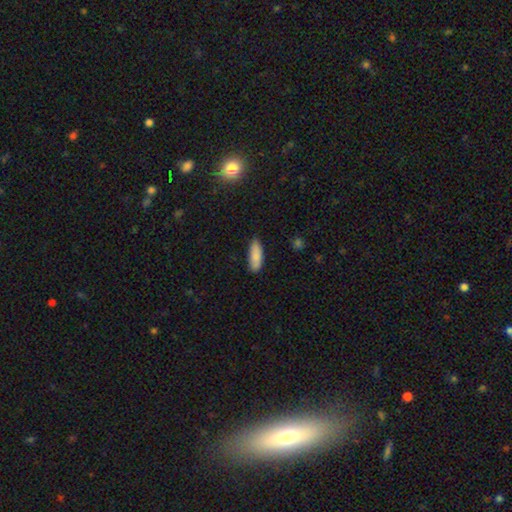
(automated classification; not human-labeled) A smooth galaxy with no disk features (87%) that is in between round and cigar-shaped (64%).

Vote fractions:
- Smooth or featured? smooth: 87% / featured or disk: 7% / star or artifact: 6%
- How rounded? in between: 64% / cigar-shaped: 35% / round: 2%
- Merging? none: 78% / minor disturbance: 17% / major disturbance: 3% / merger: 1%